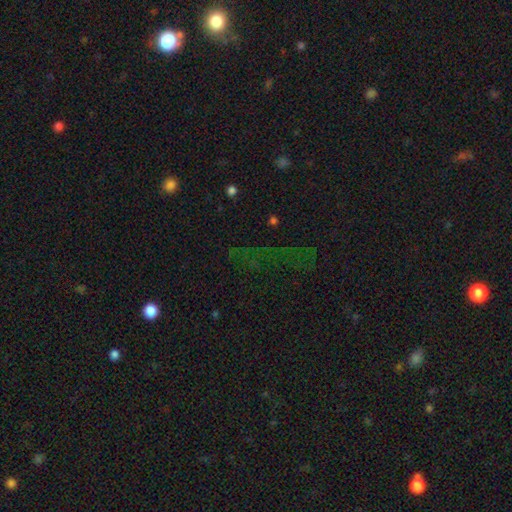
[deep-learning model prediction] smooth_or_featured: star or artifact (p=0.66) [alt: smooth p=0.23]